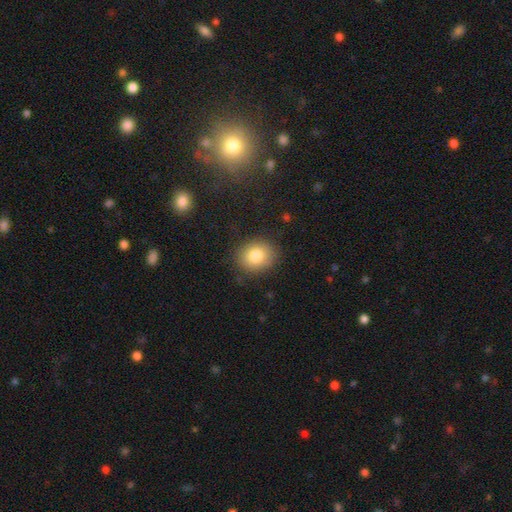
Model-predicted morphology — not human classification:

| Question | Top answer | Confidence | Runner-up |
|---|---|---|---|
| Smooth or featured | smooth | 81% | star or artifact (10%) |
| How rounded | round | 65% | in between (34%) |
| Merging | none | 86% | minor disturbance (9%) |